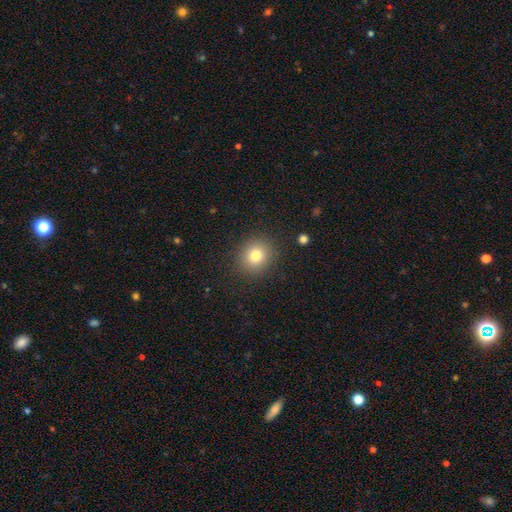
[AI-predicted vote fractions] Morphology: type=smooth (78%); roundness=round (78%); merging=none (88%).